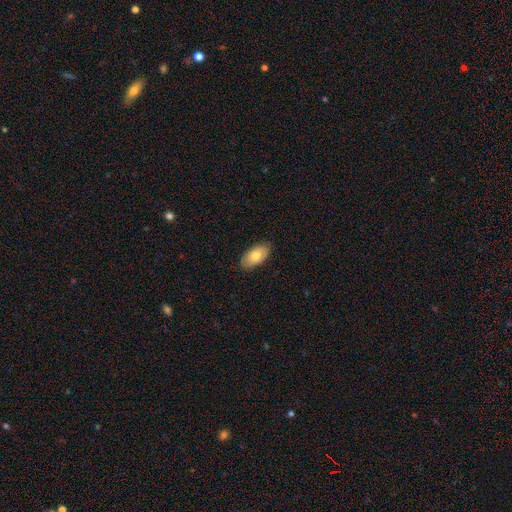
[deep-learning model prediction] Smooth or featured?
  - smooth: 75% *
  - featured or disk: 19%
  - star or artifact: 6%
How rounded?
  - in between: 94% *
  - round: 3%
  - cigar-shaped: 3%
Merging?
  - none: 86% *
  - minor disturbance: 11%
  - major disturbance: 2%
  - merger: 1%